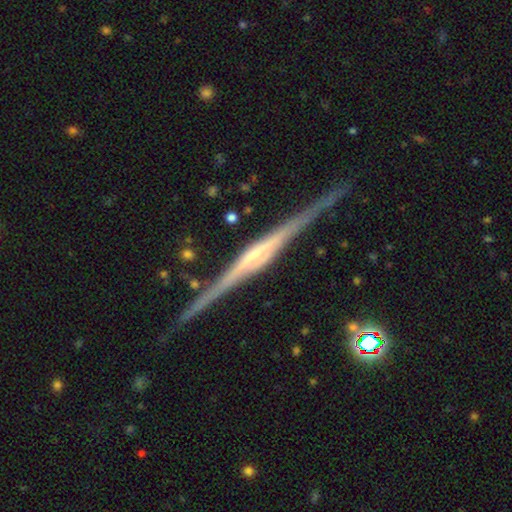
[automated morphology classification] smooth_or_featured: featured or disk (p=0.87) [alt: smooth p=0.07]
disk_edge_on: yes (p=0.98) [alt: no p=0.02]
edge_on_bulge: rounded (p=0.49) [alt: boxy p=0.36]
merging: none (p=0.87) [alt: minor disturbance p=0.10]